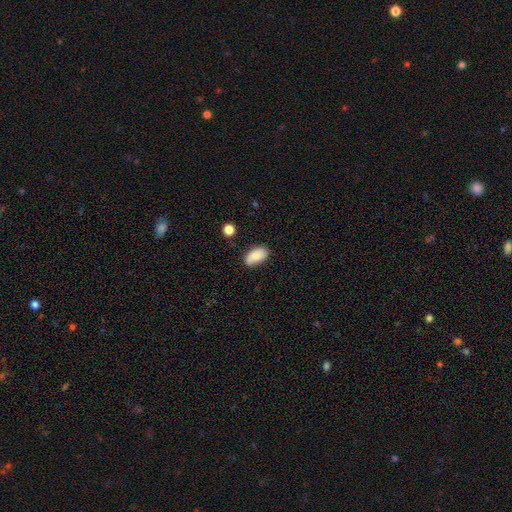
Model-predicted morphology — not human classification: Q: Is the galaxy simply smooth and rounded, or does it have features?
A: smooth — 81%.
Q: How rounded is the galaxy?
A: in between — 93%.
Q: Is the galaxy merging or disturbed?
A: none — 71%.